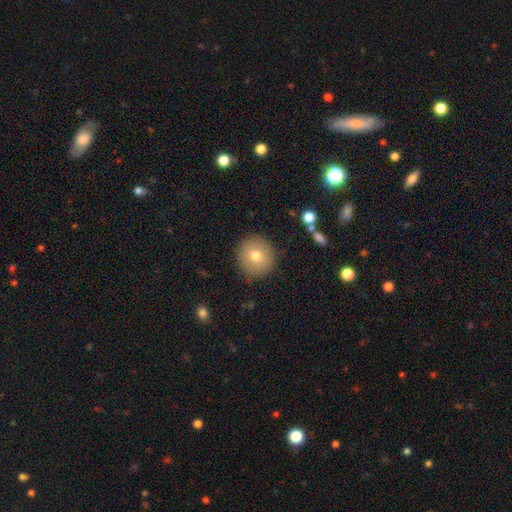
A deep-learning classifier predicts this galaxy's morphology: Overall: smooth (74%). How rounded: round (92%). Merging: none (89%).